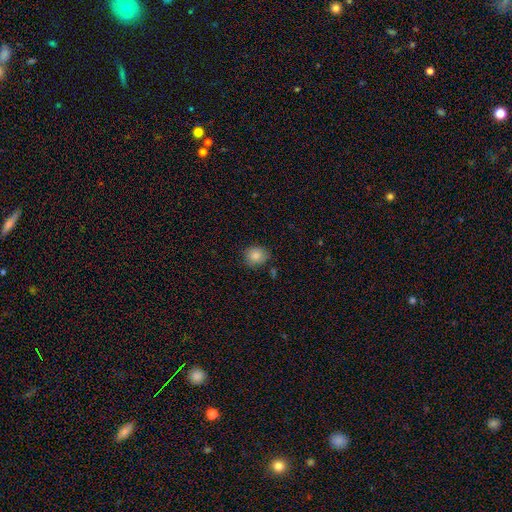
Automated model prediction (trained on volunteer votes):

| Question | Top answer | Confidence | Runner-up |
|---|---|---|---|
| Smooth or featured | smooth | 84% | star or artifact (10%) |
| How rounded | round | 73% | in between (26%) |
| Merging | none | 79% | minor disturbance (15%) |